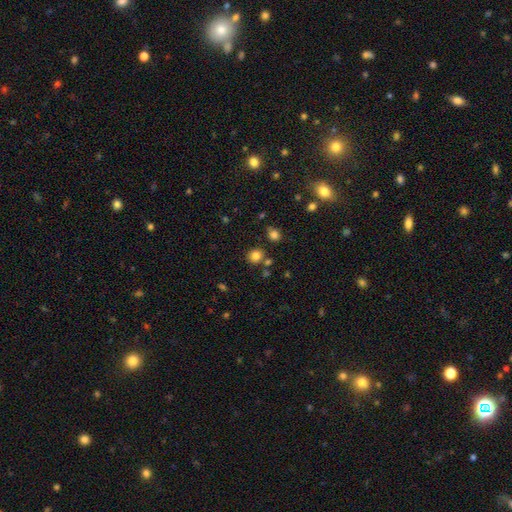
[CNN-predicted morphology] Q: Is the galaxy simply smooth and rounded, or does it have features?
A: smooth — 82%.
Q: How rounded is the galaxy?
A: round — 83%.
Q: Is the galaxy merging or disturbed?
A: none — 80%.